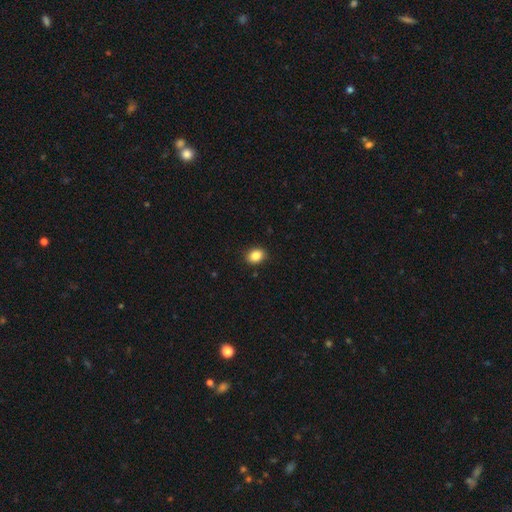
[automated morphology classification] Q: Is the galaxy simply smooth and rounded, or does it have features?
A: smooth — 87%.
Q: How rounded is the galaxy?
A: in between — 64%.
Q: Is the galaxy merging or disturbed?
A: none — 90%.